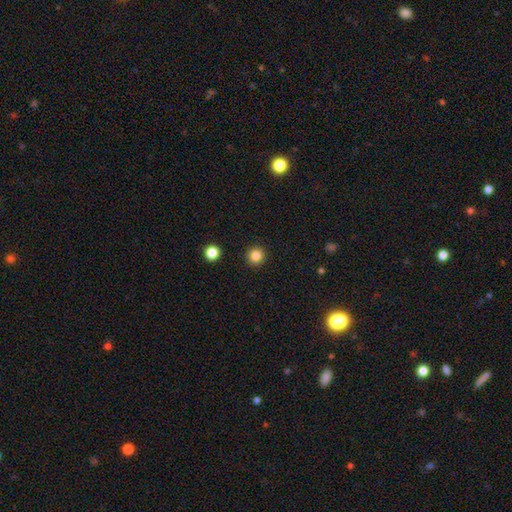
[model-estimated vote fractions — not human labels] This appears to be a smooth galaxy with no disk features (84%) that is round (95%). Merging: none (93%).